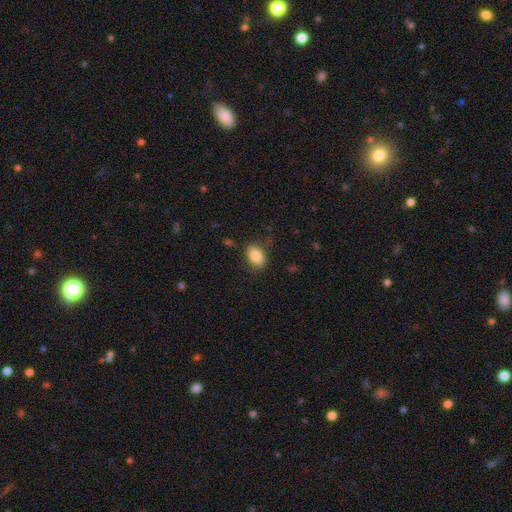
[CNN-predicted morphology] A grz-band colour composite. It shows a smooth galaxy with no disk features (86%) that is in between round and cigar-shaped (86%). Merging: none (78%).